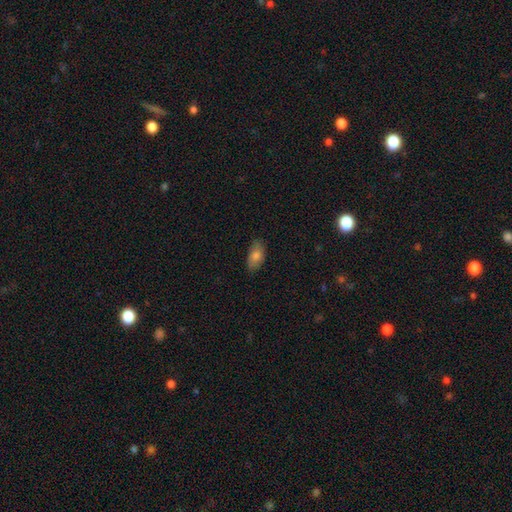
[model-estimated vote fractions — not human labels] A smooth galaxy with no disk features (79%) that is in between round and cigar-shaped (92%). Merging: none (81%).